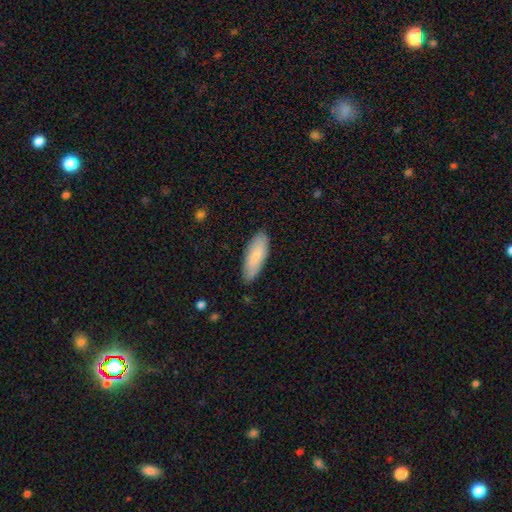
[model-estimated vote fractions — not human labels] A smooth galaxy with no disk features (80%) that is in between round and cigar-shaped (67%).

Vote fractions:
- Smooth or featured? smooth: 80% / featured or disk: 14% / star or artifact: 5%
- How rounded? in between: 67% / cigar-shaped: 32% / round: 2%
- Merging? none: 84% / minor disturbance: 13% / major disturbance: 2% / merger: 1%